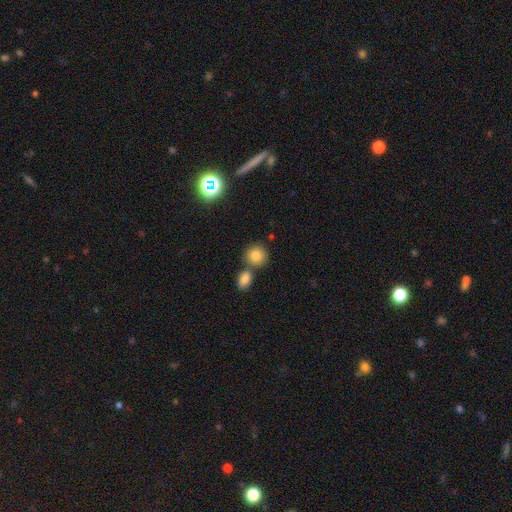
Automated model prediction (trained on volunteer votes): Overall: smooth (81%). How rounded: round (82%). Merging: none (60%; merger 28%).